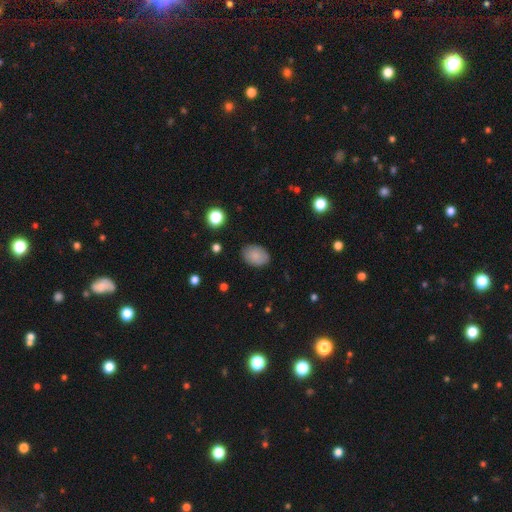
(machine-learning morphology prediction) type=smooth (85%); roundness=in between (83%); merging=none (84%).